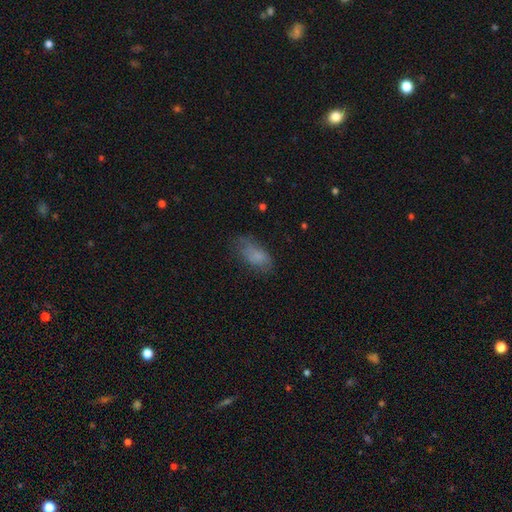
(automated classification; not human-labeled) Overall: smooth (76%). How rounded: in between (90%). Merging: none (59%; minor disturbance 27%).